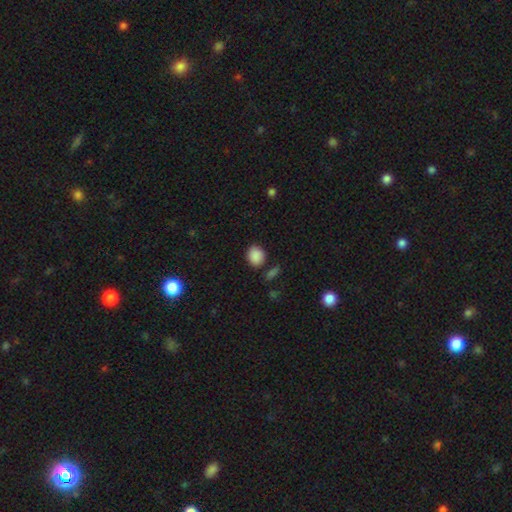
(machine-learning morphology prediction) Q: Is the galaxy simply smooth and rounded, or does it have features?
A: smooth — 87%.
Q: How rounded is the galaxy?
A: round — 66%.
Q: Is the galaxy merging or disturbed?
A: none — 78%.